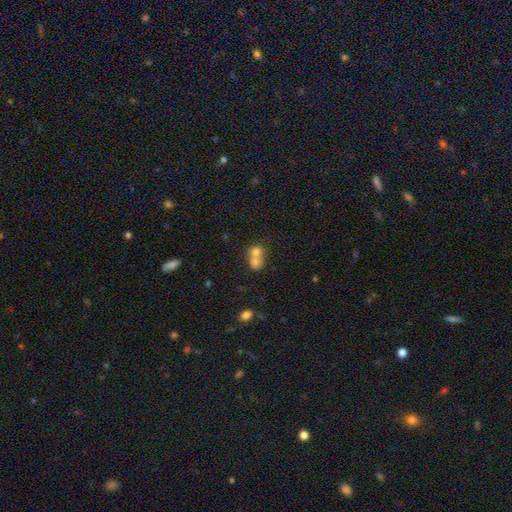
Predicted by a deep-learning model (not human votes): Smooth or featured? Predicted: smooth (p=0.71). How rounded? Predicted: round (p=0.65). Merging? Predicted: merger (p=0.71).